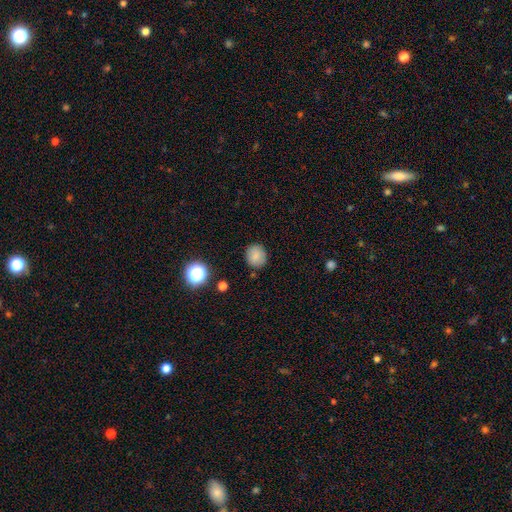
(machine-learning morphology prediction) A smooth galaxy with no disk features (81%) that is round (84%). Merging: none (85%).